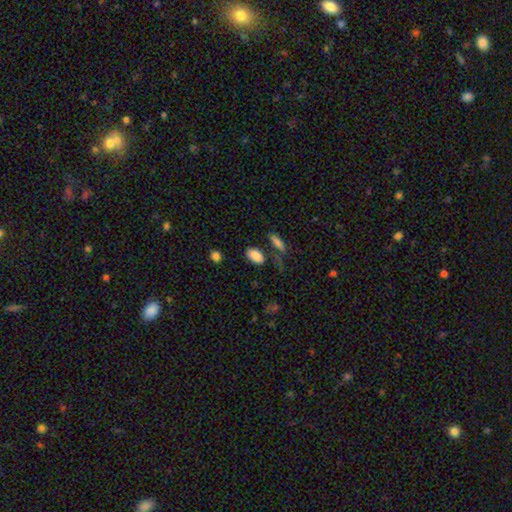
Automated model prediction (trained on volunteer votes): This appears to be a smooth galaxy with no disk features (86%) that is in between round and cigar-shaped (92%). Merging: none (68%).